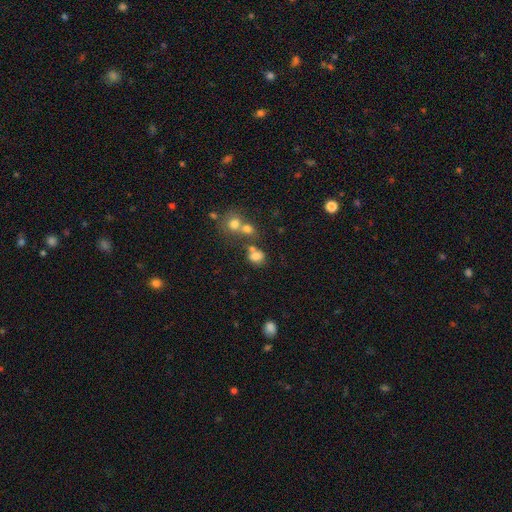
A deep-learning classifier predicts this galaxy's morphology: smooth 74%, star or artifact 15%, featured or disk 11%. Down the decision tree: how rounded — in between (51%); merging — none (45%).